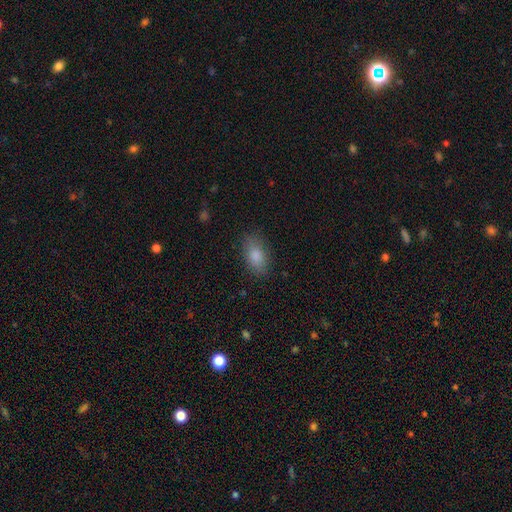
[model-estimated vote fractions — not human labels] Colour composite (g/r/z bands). It shows a smooth galaxy with no disk features (85%) that is in between round and cigar-shaped (90%). Merging: none (84%).